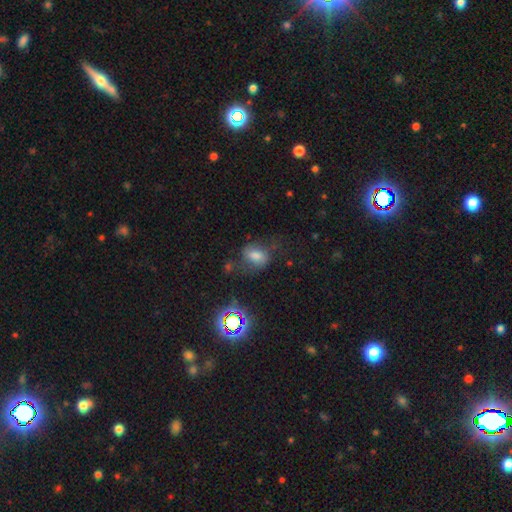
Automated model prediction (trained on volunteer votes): Smooth or featured: smooth — 63% (star or artifact — 21%)
How rounded: in between — 71% (round — 27%)
Merging: none — 56% (minor disturbance — 24%)